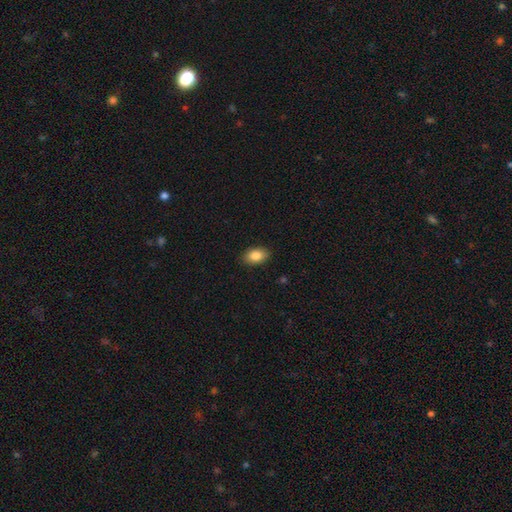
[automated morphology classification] Smooth or featured? Predicted: smooth (p=0.85). How rounded? Predicted: in between (p=0.89). Merging? Predicted: none (p=0.88).